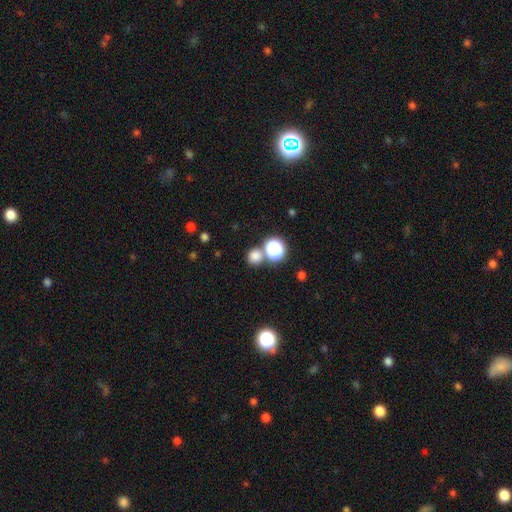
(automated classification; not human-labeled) Smooth or featured? smooth (75%)
How rounded? round (88%)
Merging? none (70%)